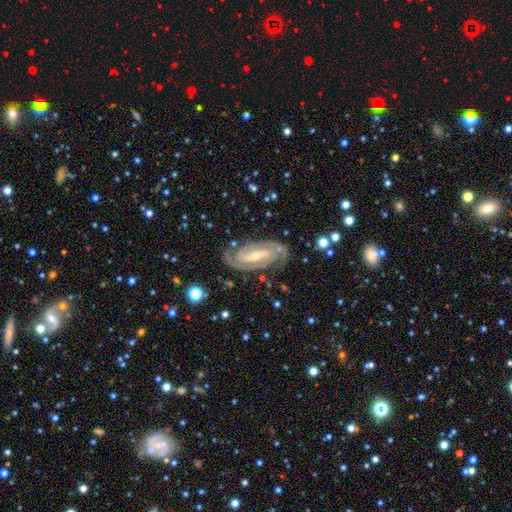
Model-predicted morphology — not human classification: A featured or disk galaxy (89%) with a strong bar (46%), 2 (73%) tight (67%) spiral arms (98%) and a small central bulge (63%). Merging: none (81%).